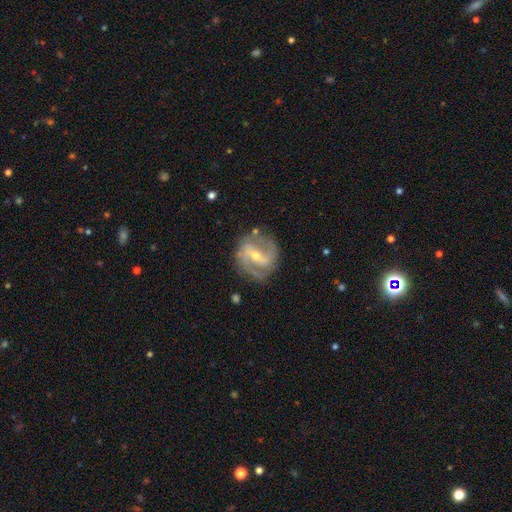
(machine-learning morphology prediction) Q: Smooth or featured?
A: featured or disk (87%); runner-up: smooth (8%)
Q: Edge-on disk?
A: no (97%); runner-up: yes (3%)
Q: Bar?
A: strong (47%); runner-up: weak (39%)
Q: Spiral arms?
A: yes (94%); runner-up: no (6%)
Q: Spiral winding?
A: medium (52%); runner-up: tight (28%)
Q: Spiral arm count?
A: 2 (81%); runner-up: can't tell (7%)
Q: Bulge size?
A: small (50%); runner-up: moderate (47%)
Q: Merging?
A: none (75%); runner-up: minor disturbance (16%)